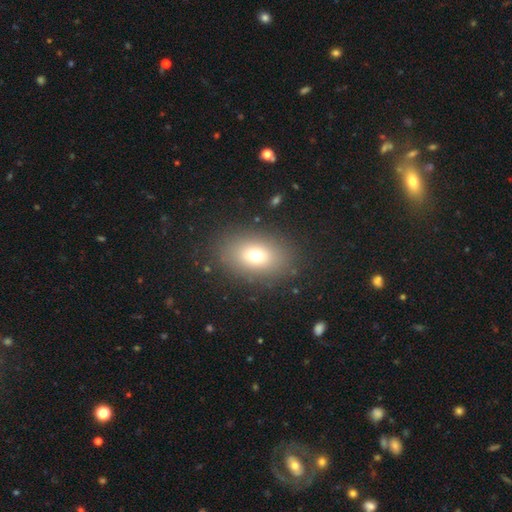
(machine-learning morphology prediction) Smooth or featured? smooth (71%)
How rounded? in between (71%)
Merging? none (85%)